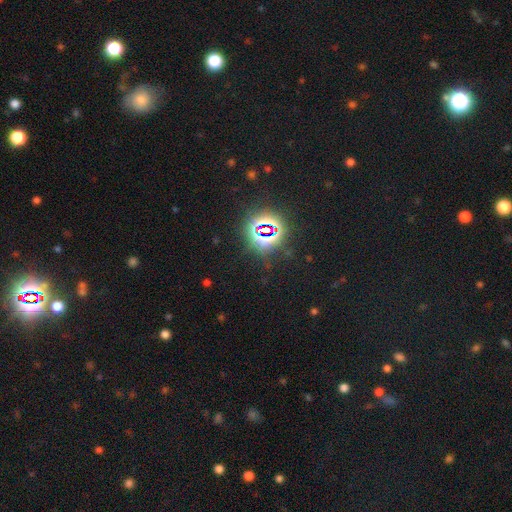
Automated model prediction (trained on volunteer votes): Morphology: type=star or artifact (78%).